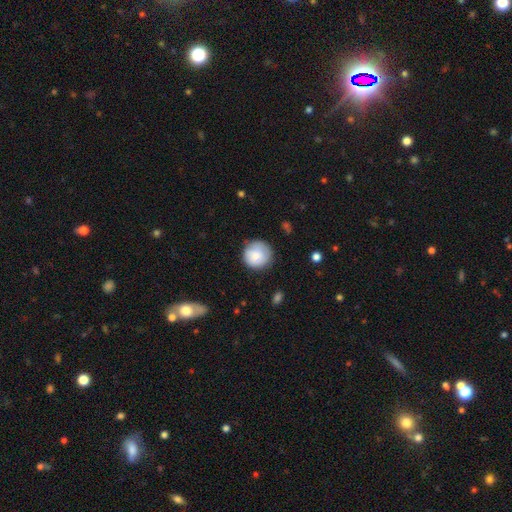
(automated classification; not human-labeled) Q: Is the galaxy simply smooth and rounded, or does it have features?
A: smooth — 81%.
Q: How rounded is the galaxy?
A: round — 93%.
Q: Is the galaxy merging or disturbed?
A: none — 77%.